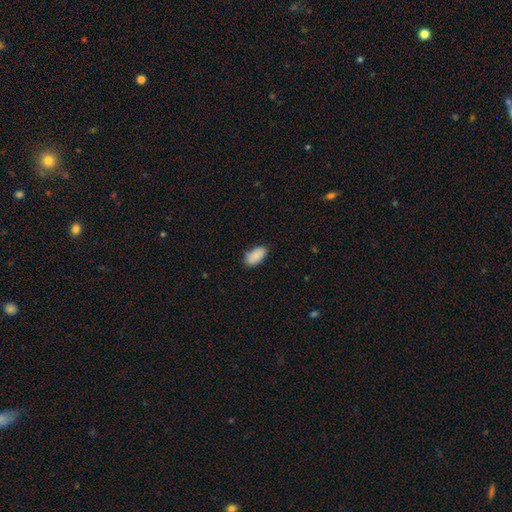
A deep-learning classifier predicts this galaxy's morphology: A smooth galaxy with no disk features (88%) that is in between round and cigar-shaped (94%). Merging: none (82%).